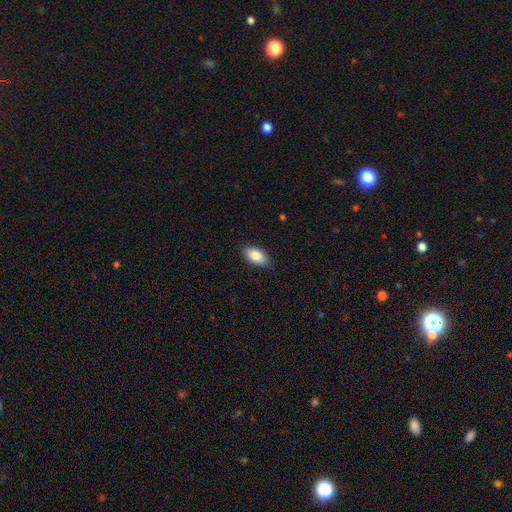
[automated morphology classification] Smooth or featured: smooth — 85% (featured or disk — 8%)
How rounded: in between — 94% (round — 4%)
Merging: none — 88% (minor disturbance — 9%)